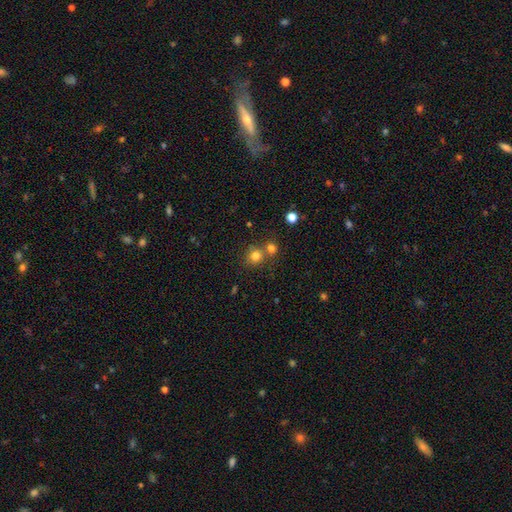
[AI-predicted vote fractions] Smooth or featured? smooth (77%)
How rounded? round (81%)
Merging? none (54%)